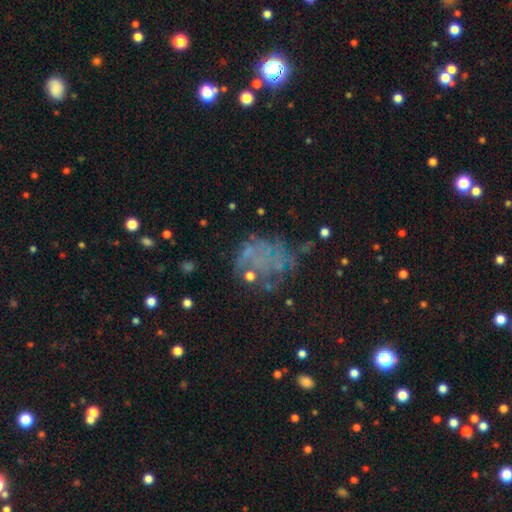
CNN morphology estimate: Overall: featured or disk (50%; smooth 27%). Edge-on disk: no (98%). Merging: none (47%; major disturbance 27%).